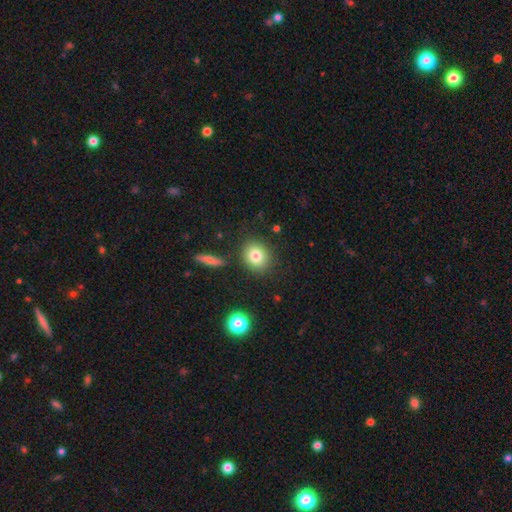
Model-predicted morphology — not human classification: smooth-or-featured: smooth: 80% | star or artifact: 10% | featured or disk: 10%
  how-rounded: round: 70% | in between: 29% | cigar-shaped: 1%
  merging: none: 85% | minor disturbance: 9% | merger: 3% | major disturbance: 3%